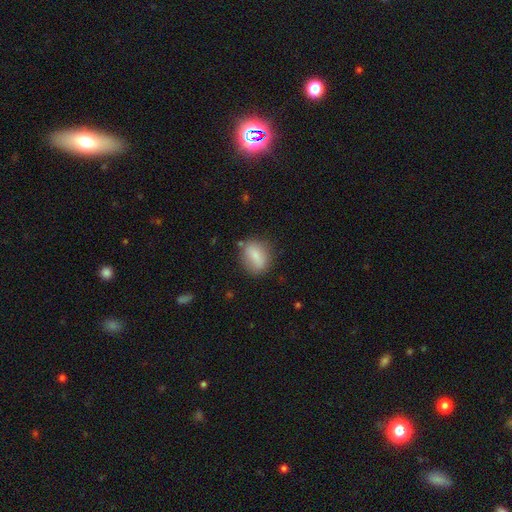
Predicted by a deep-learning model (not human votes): smooth-or-featured: smooth: 74% | featured or disk: 18% | star or artifact: 8%
  how-rounded: in between: 58% | round: 38% | cigar-shaped: 4%
  merging: none: 72% | minor disturbance: 18% | major disturbance: 6% | merger: 4%